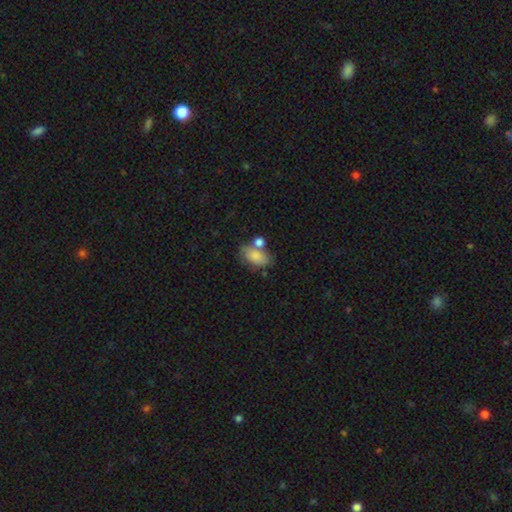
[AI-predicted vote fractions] smooth_or_featured: smooth (p=0.81) [alt: featured or disk p=0.11]
how_rounded: in between (p=0.89) [alt: round p=0.09]
merging: none (p=0.47) [alt: merger p=0.29]